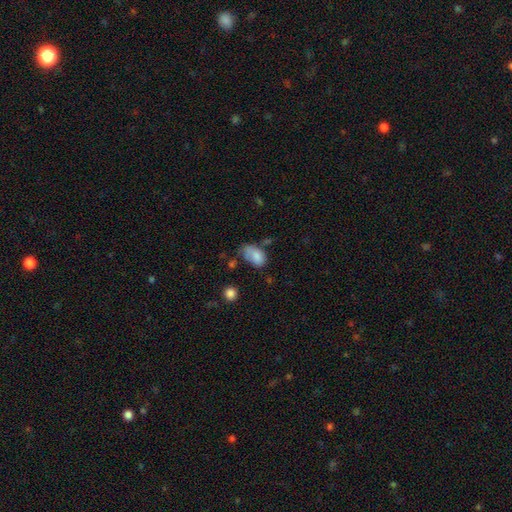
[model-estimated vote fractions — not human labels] Smooth or featured?
  - smooth: 78% *
  - featured or disk: 14%
  - star or artifact: 9%
How rounded?
  - in between: 90% *
  - round: 9%
  - cigar-shaped: 2%
Merging?
  - none: 37% *
  - minor disturbance: 34%
  - major disturbance: 19%
  - merger: 9%